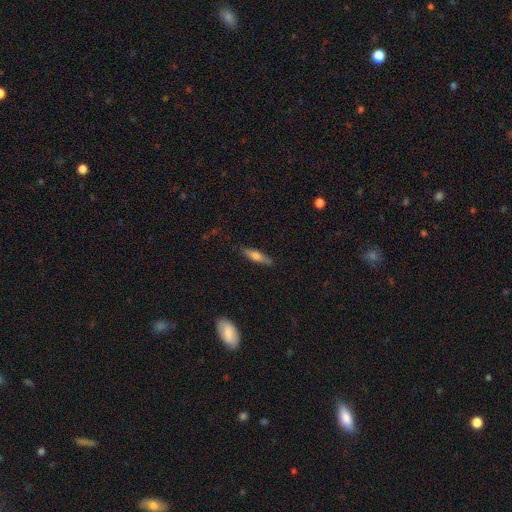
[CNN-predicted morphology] This appears to be a smooth galaxy with no disk features (57%) that is cigar-shaped (74%). Merging: none (84%).